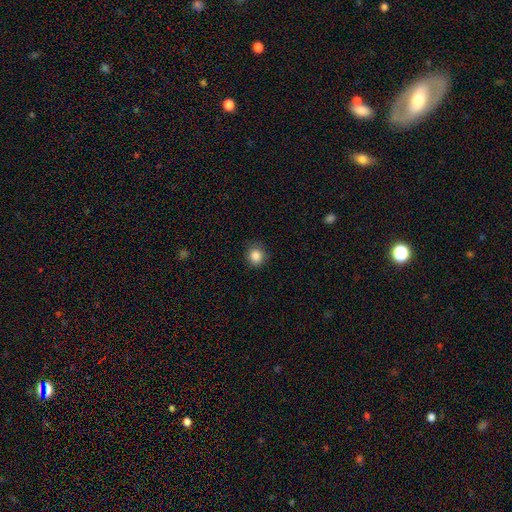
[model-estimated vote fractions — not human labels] Smooth or featured?
  - smooth: 86% *
  - star or artifact: 10%
  - featured or disk: 4%
How rounded?
  - round: 89% *
  - in between: 10%
  - cigar-shaped: 1%
Merging?
  - none: 86% *
  - minor disturbance: 10%
  - major disturbance: 3%
  - merger: 1%